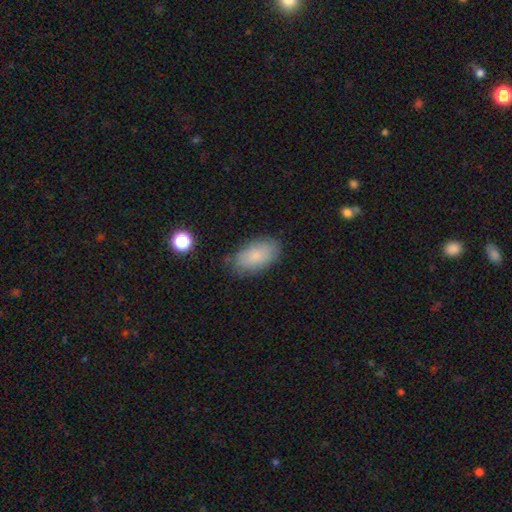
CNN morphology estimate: Smooth or featured: smooth — 80% (featured or disk — 13%)
How rounded: in between — 94% (round — 4%)
Merging: none — 79% (minor disturbance — 16%)